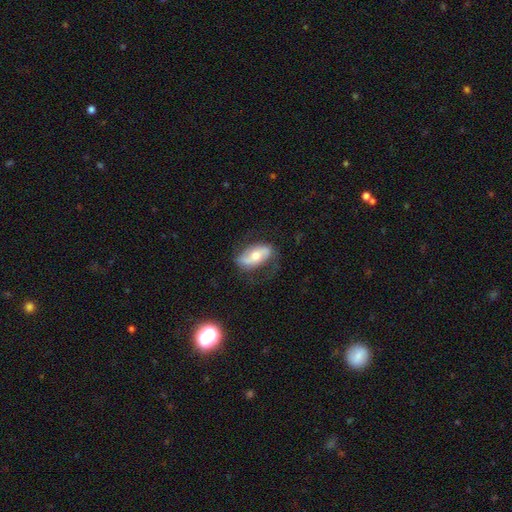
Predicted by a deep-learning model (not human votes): smooth-or-featured: featured or disk: 53% | smooth: 41% | star or artifact: 7%
  disk-edge-on: no: 85% | yes: 15%
  merging: none: 67% | minor disturbance: 22% | major disturbance: 10% | merger: 2%